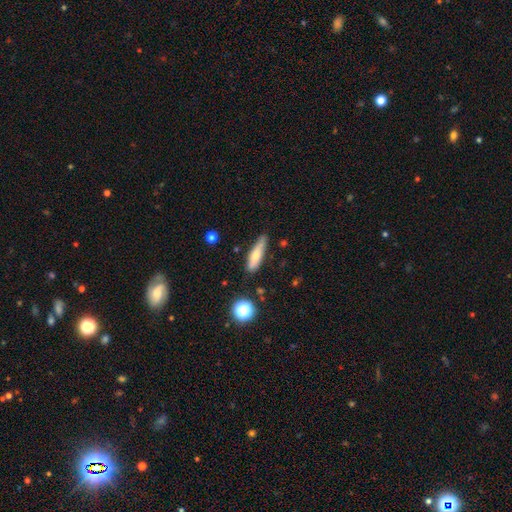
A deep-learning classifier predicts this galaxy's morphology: Smooth or featured? smooth (66%)
How rounded? cigar-shaped (70%)
Merging? none (74%)